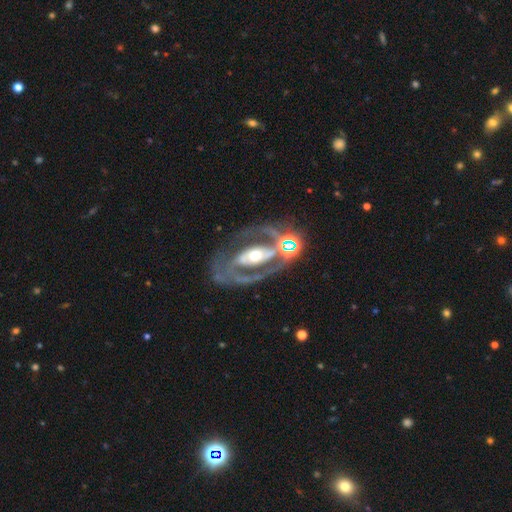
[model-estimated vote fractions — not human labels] A featured or disk galaxy (83%) with a strong bar (39%), 2 (78%) medium (46%) spiral arms (73%) and a moderate central bulge (66%). Merging: none (59%).